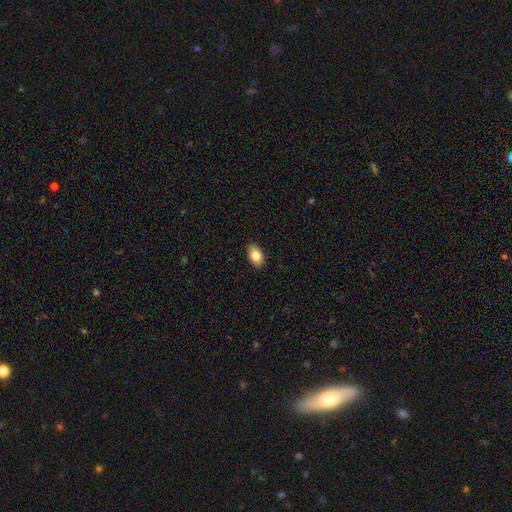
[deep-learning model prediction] Smooth or featured: smooth — 84% (featured or disk — 9%)
How rounded: in between — 92% (round — 6%)
Merging: none — 89% (minor disturbance — 8%)